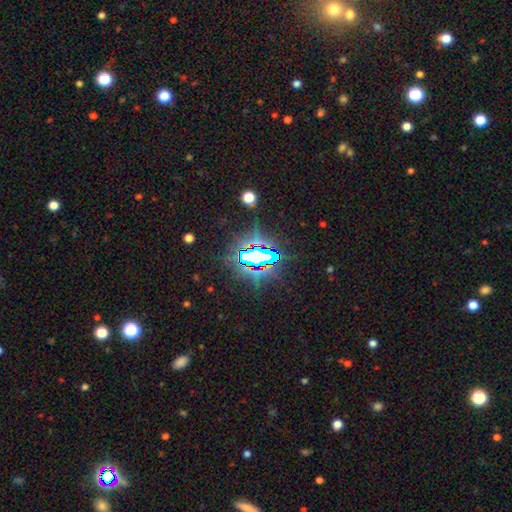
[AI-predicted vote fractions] Smooth or featured?
  - star or artifact: 75% *
  - smooth: 14%
  - featured or disk: 11%